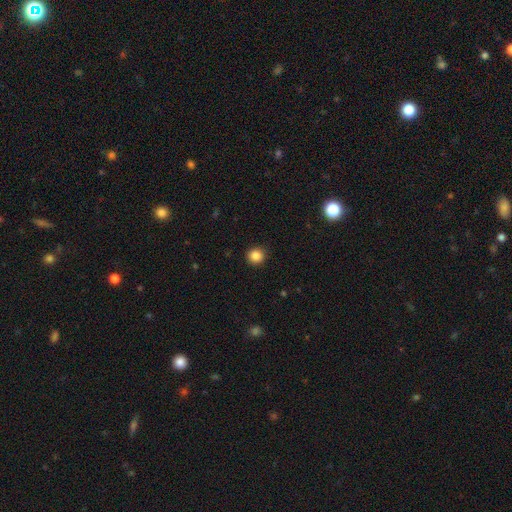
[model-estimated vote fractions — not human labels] smooth_or_featured: smooth (p=0.86) [alt: star or artifact p=0.10]
how_rounded: round (p=0.93) [alt: in between p=0.06]
merging: none (p=0.92) [alt: minor disturbance p=0.05]